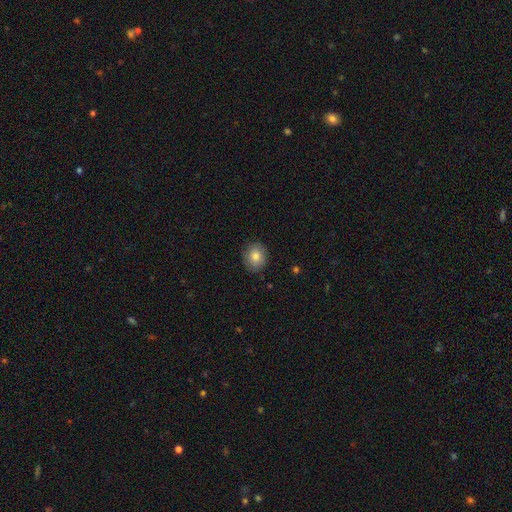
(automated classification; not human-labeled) smooth-or-featured: smooth: 81% | featured or disk: 10% | star or artifact: 9%
  how-rounded: round: 71% | in between: 28% | cigar-shaped: 1%
  merging: none: 87% | minor disturbance: 10% | major disturbance: 2% | merger: 1%